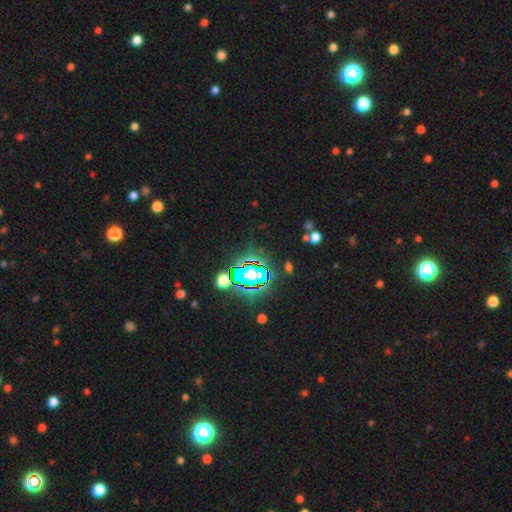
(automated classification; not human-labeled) Morphology: type=star or artifact (83%).